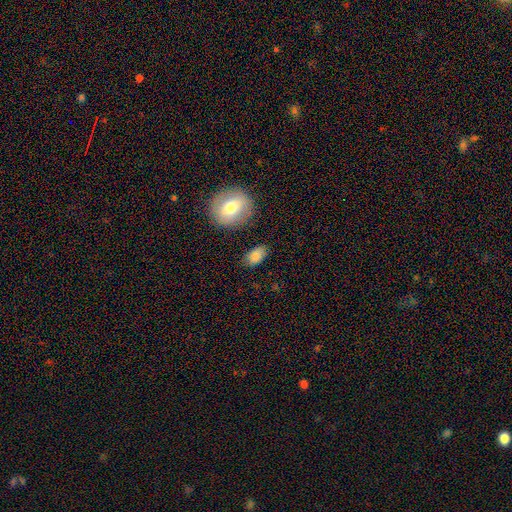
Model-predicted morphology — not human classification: smooth_or_featured: smooth (p=0.85) [alt: star or artifact p=0.08]
how_rounded: in between (p=0.91) [alt: round p=0.07]
merging: none (p=0.77) [alt: minor disturbance p=0.16]